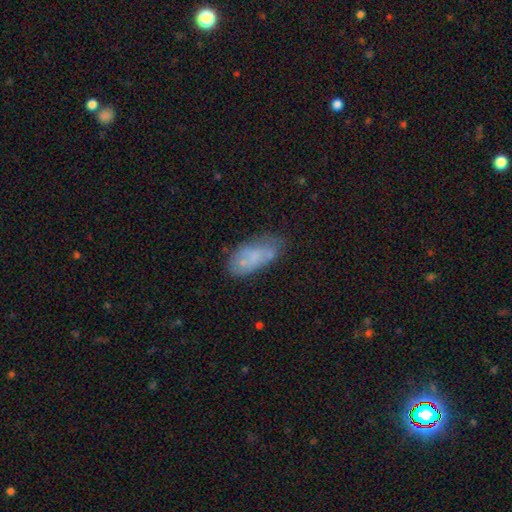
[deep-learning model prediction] Smooth or featured: smooth — 62% (featured or disk — 29%)
How rounded: in between — 88% (cigar-shaped — 9%)
Merging: none — 44% (minor disturbance — 29%)